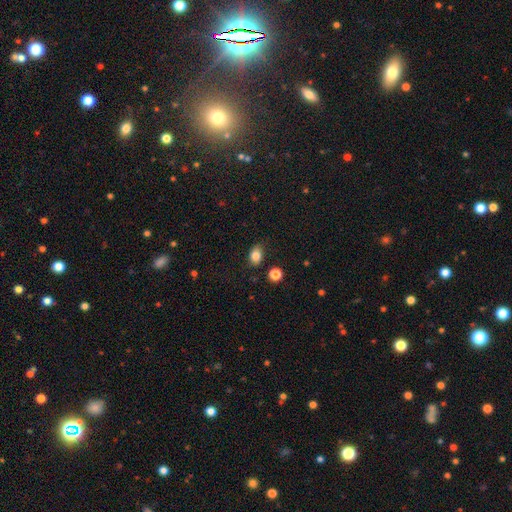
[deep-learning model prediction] Morphology: type=smooth (84%); roundness=in between (71%); merging=none (76%).